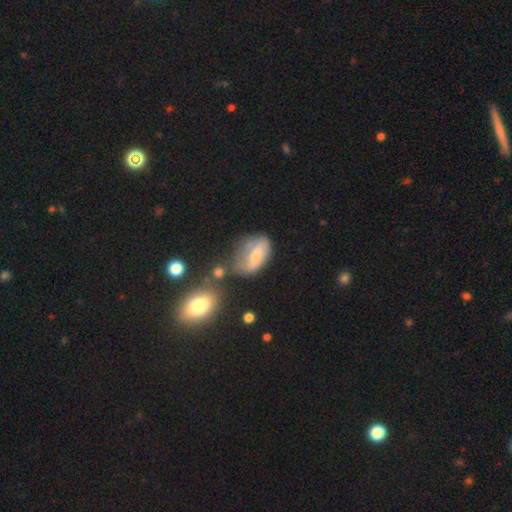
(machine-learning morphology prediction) The model was most divided on "merging": none: 32%, minor disturbance: 28%, major disturbance: 23%, merger: 16%. More confident: how rounded — in between (86%); smooth or featured — smooth (54%).